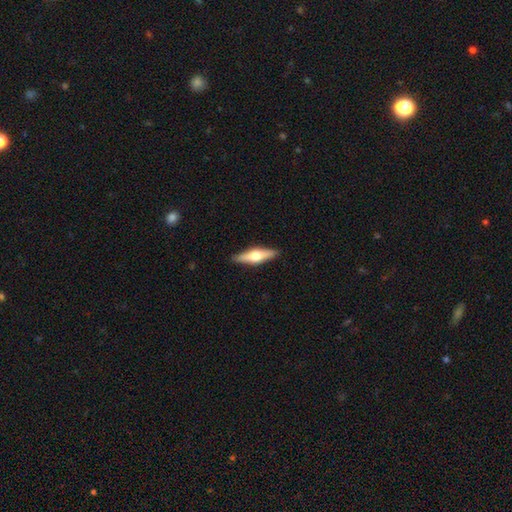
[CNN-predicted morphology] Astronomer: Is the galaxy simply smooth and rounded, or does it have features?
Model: featured or disk — 56% (runner-up: smooth, 39%).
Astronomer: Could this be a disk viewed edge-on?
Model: yes — 95%.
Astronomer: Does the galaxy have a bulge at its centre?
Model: rounded — 92%.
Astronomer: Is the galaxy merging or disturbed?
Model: none — 90%.